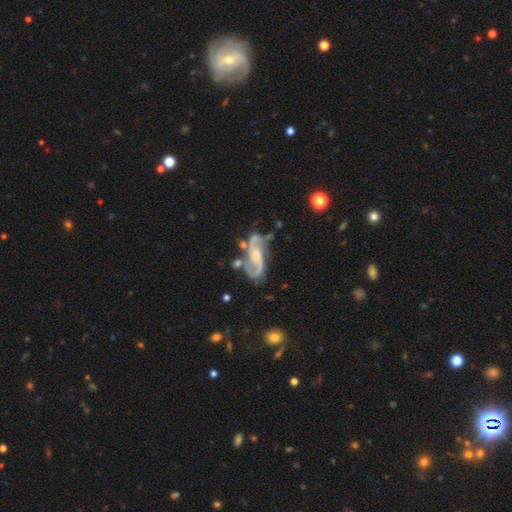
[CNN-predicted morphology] Smooth or featured?
  - featured or disk: 86% *
  - smooth: 8%
  - star or artifact: 6%
Edge-on disk?
  - no: 96% *
  - yes: 4%
Bar?
  - no: 46% *
  - weak: 42%
  - strong: 12%
Spiral arms?
  - yes: 95% *
  - no: 5%
Spiral winding?
  - medium: 49% *
  - loose: 35%
  - tight: 16%
Spiral arm count?
  - 2: 86% *
  - can't tell: 6%
  - 3: 4%
  - 1: 2%
  - 4: 1%
  - more than 4: 1%
Bulge size?
  - small: 38% *
  - moderate: 32%
  - none: 23%
  - large: 6%
  - dominant: 1%
Merging?
  - none: 52% *
  - minor disturbance: 22%
  - major disturbance: 14%
  - merger: 12%